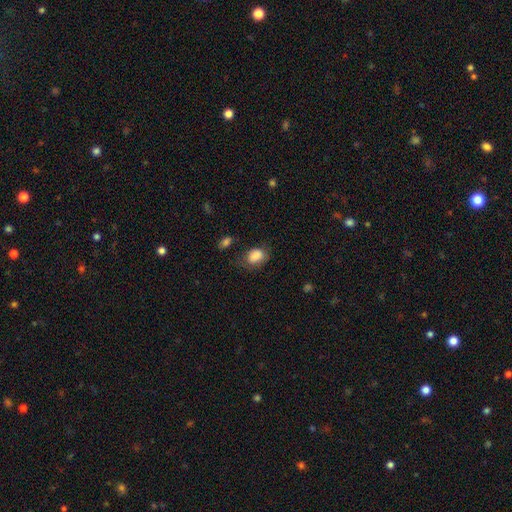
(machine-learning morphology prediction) Overall: smooth (85%). How rounded: in between (72%). Merging: none (57%; minor disturbance 28%).